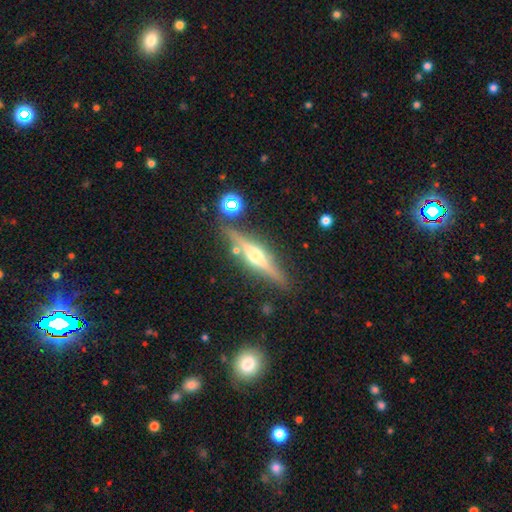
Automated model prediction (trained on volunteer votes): The model was most divided on "smooth or featured": featured or disk: 76%, smooth: 17%, star or artifact: 7%. More confident: edge-on disk — yes (97%); edge-on bulge — rounded (92%); merging — none (85%).